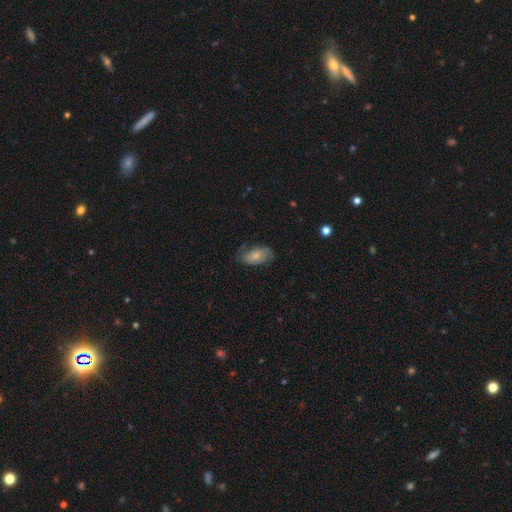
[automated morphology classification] Smooth or featured? Predicted: smooth (p=0.54). How rounded? Predicted: in between (p=0.91). Merging? Predicted: none (p=0.62).